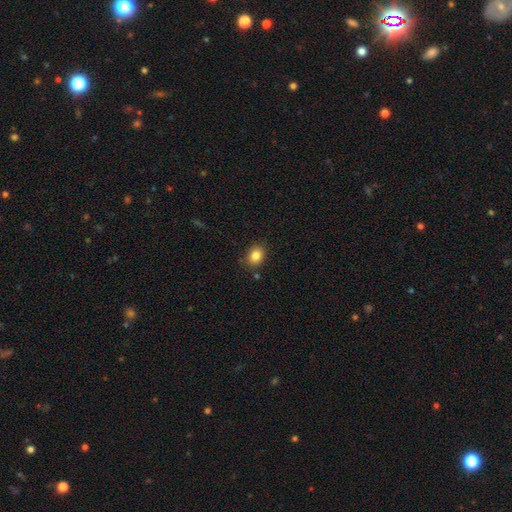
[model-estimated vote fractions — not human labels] This appears to be a smooth galaxy with no disk features (85%) that is in between round and cigar-shaped (55%). Merging: none (84%).